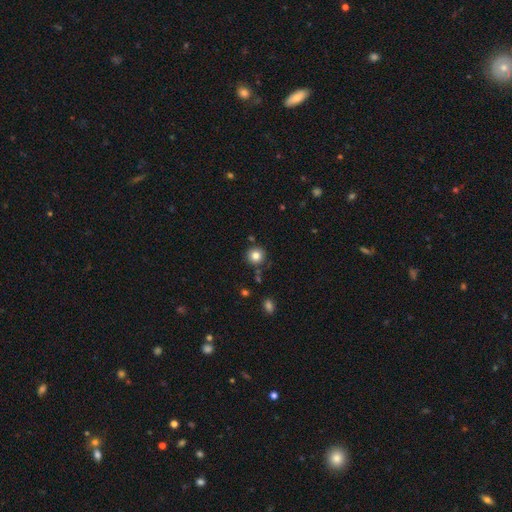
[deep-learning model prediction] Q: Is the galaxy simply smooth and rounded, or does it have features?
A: smooth — 82%.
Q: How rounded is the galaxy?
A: round — 92%.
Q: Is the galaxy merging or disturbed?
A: none — 84%.